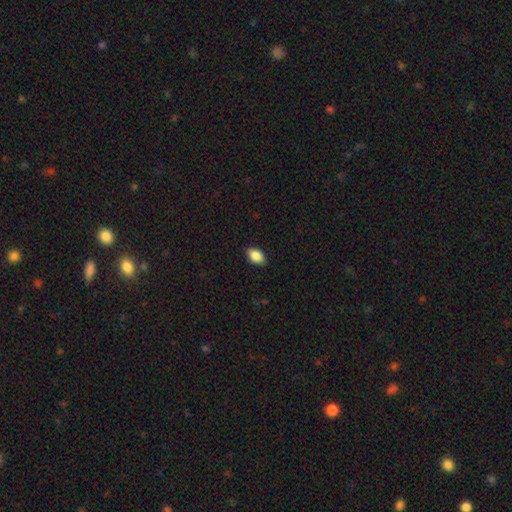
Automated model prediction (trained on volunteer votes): Q: Smooth or featured?
A: smooth (87%); runner-up: star or artifact (7%)
Q: How rounded?
A: in between (91%); runner-up: round (7%)
Q: Merging?
A: none (86%); runner-up: minor disturbance (11%)